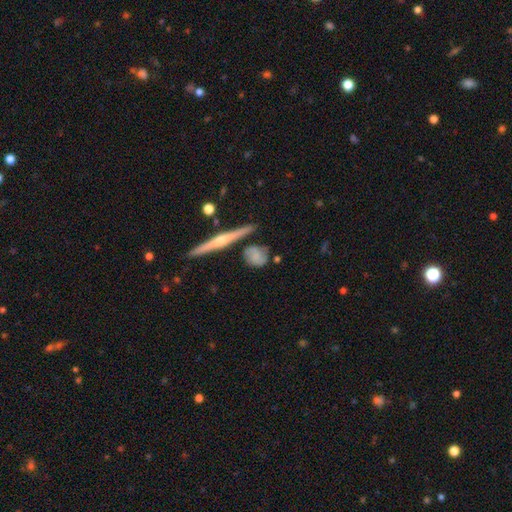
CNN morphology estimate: Smooth or featured? smooth (57%)
How rounded? round (62%)
Merging? none (65%)